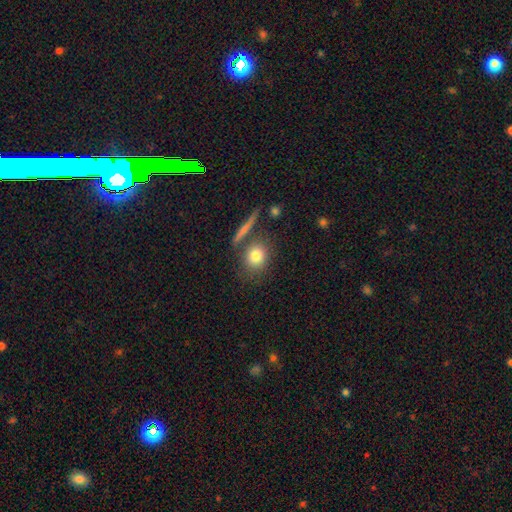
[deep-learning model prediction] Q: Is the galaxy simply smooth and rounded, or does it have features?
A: smooth — 79%.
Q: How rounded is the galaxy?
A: round — 72%.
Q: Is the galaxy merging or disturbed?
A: none — 70%.